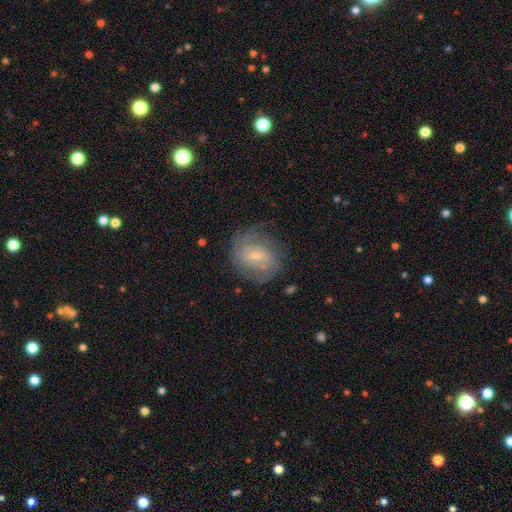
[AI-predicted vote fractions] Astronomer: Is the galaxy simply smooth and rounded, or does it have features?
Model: featured or disk — 68%.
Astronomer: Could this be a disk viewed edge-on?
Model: no — 97%.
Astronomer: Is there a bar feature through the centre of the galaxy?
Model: no — 50% (runner-up: weak, 41%).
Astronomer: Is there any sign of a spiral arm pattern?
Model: yes — 84%.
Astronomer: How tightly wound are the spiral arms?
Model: tight — 50% (runner-up: medium, 36%).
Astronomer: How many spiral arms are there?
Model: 2 — 44% (runner-up: can't tell, 36%).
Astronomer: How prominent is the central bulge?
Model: small — 62%.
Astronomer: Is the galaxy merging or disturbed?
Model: none — 67%.